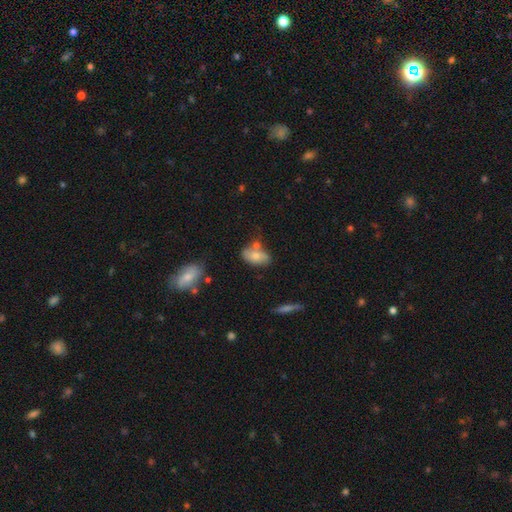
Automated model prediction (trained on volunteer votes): smooth_or_featured: smooth (p=0.70) [alt: featured or disk p=0.22]
how_rounded: in between (p=0.90) [alt: round p=0.07]
merging: none (p=0.53) [alt: merger p=0.21]